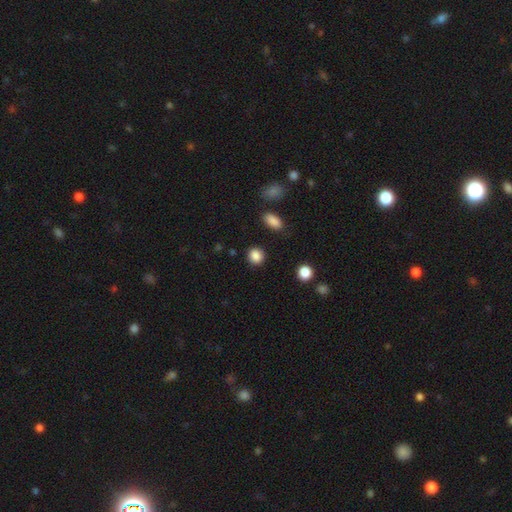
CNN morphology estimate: This appears to be a smooth galaxy with no disk features (87%) that is round (79%). Merging: none (88%).